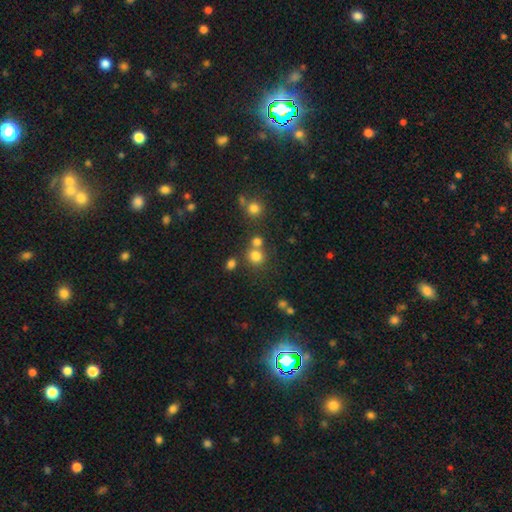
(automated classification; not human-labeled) This is likely a smooth galaxy (76%). How rounded: clearly round (84%). Merging: likely none (60%).